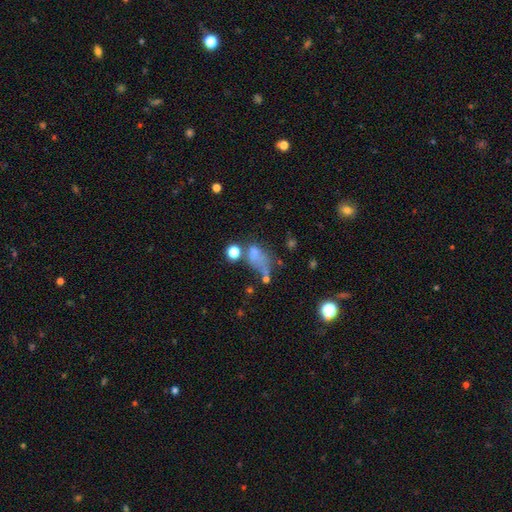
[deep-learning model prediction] This is possibly a smooth galaxy (57%). How rounded: likely in between (75%). Merging: marginally major disturbance (32%).